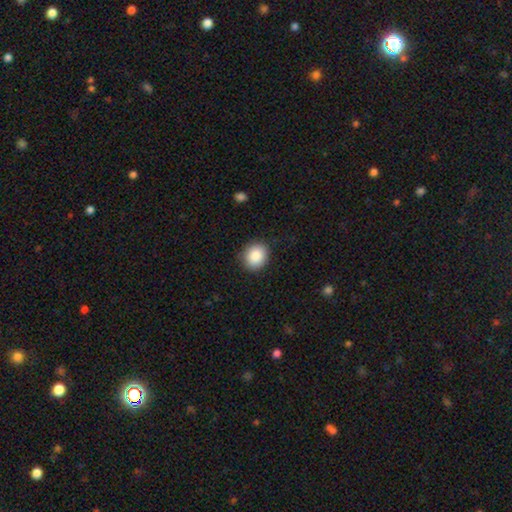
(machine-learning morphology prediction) A smooth galaxy with no disk features (88%) that is round (68%). Merging: none (88%).